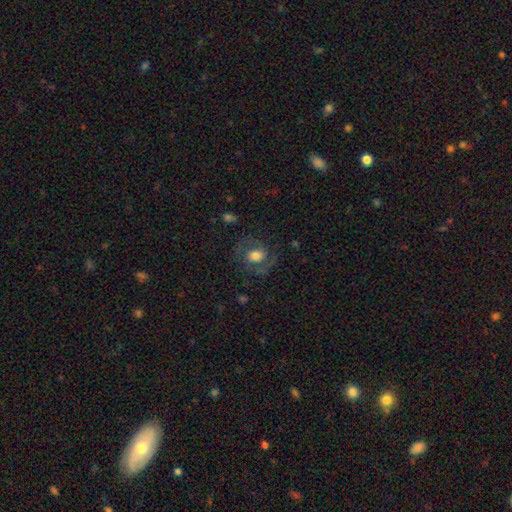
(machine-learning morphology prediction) featured or disk 59%, smooth 32%, star or artifact 9%. Down the decision tree: edge-on disk — no (97%); bar — no (64%); spiral arms — yes (80%); bulge size — moderate (50%); merging — none (68%).